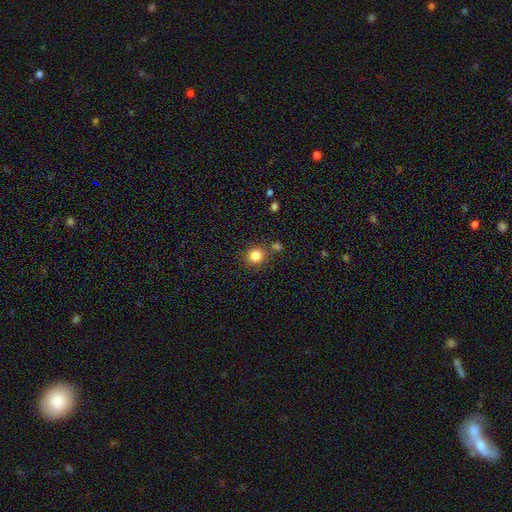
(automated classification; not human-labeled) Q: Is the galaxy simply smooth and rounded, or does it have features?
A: smooth — 83%.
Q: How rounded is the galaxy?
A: round — 83%.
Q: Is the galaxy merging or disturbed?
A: none — 77%.